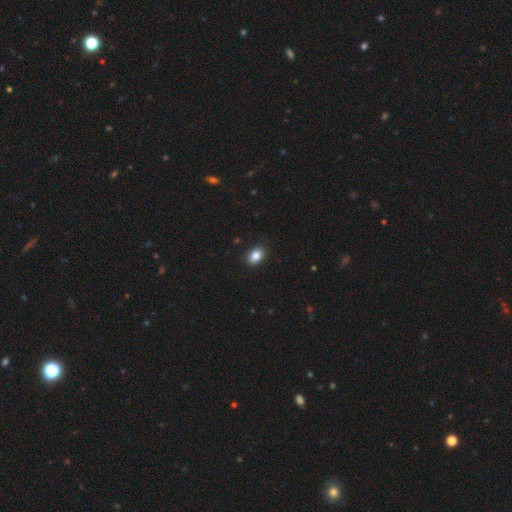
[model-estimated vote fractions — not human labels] Smooth or featured?
  - smooth: 86% *
  - star or artifact: 9%
  - featured or disk: 5%
How rounded?
  - in between: 80% *
  - round: 19%
  - cigar-shaped: 1%
Merging?
  - none: 88% *
  - minor disturbance: 9%
  - major disturbance: 2%
  - merger: 1%